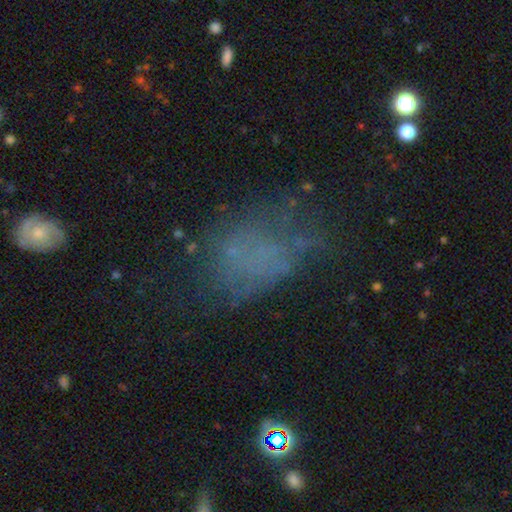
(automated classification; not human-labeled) Smooth or featured?
  - smooth: 43% *
  - featured or disk: 31%
  - star or artifact: 27%
Merging?
  - none: 43% *
  - major disturbance: 29%
  - minor disturbance: 25%
  - merger: 4%